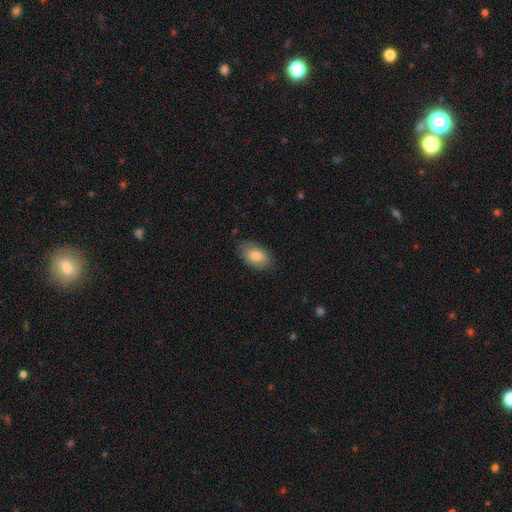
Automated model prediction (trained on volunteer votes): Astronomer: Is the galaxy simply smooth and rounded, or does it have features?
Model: smooth — 79%.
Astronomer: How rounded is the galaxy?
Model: in between — 93%.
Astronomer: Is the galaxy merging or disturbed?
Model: none — 78%.